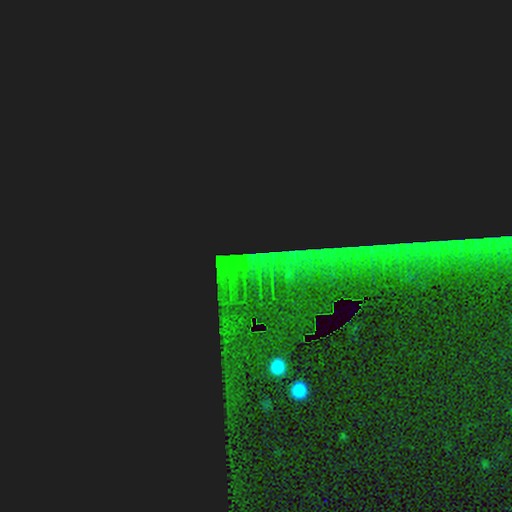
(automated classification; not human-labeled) Morphology: type=star or artifact (86%).